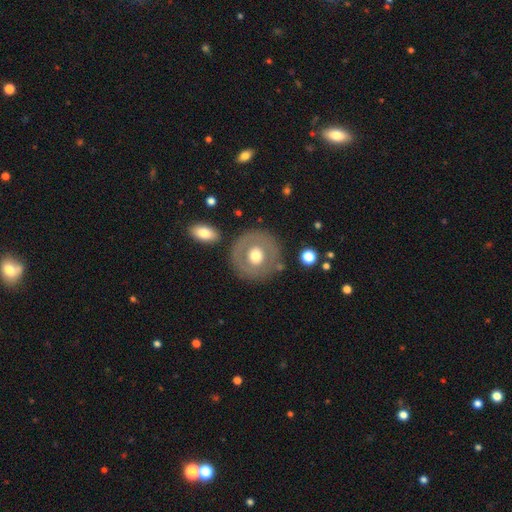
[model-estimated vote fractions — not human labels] The model was most divided on "smooth or featured": smooth: 54%, featured or disk: 39%, star or artifact: 7%. More confident: how rounded — round (92%); merging — none (81%).